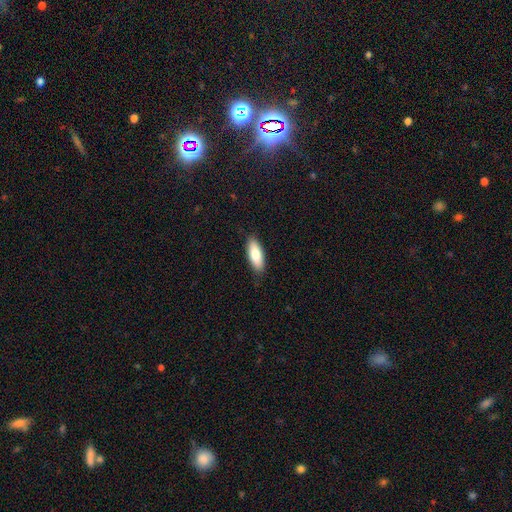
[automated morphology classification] A smooth galaxy with no disk features (82%) that is in between round and cigar-shaped (71%). Merging: none (87%).